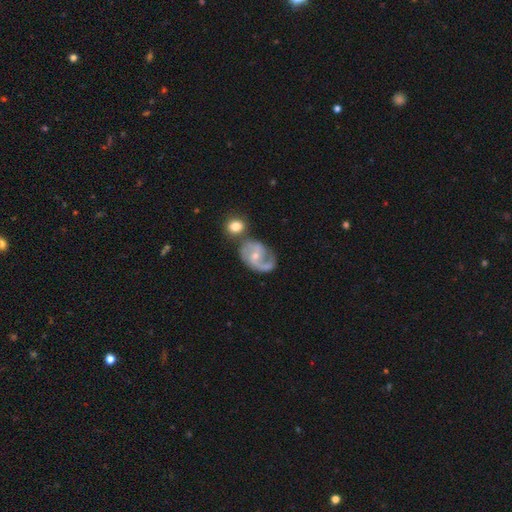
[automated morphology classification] Smooth or featured?
  - featured or disk: 80% *
  - smooth: 14%
  - star or artifact: 6%
Edge-on disk?
  - no: 97% *
  - yes: 3%
Bar?
  - weak: 45% *
  - no: 42%
  - strong: 13%
Spiral arms?
  - yes: 91% *
  - no: 9%
Spiral winding?
  - medium: 47% *
  - loose: 35%
  - tight: 18%
Spiral arm count?
  - 2: 70% *
  - 1: 17%
  - can't tell: 8%
  - 3: 3%
  - 4: 1%
  - more than 4: 1%
Bulge size?
  - small: 59% *
  - moderate: 37%
  - none: 2%
  - large: 1%
  - dominant: 1%
Merging?
  - none: 47% *
  - minor disturbance: 22%
  - merger: 17%
  - major disturbance: 14%